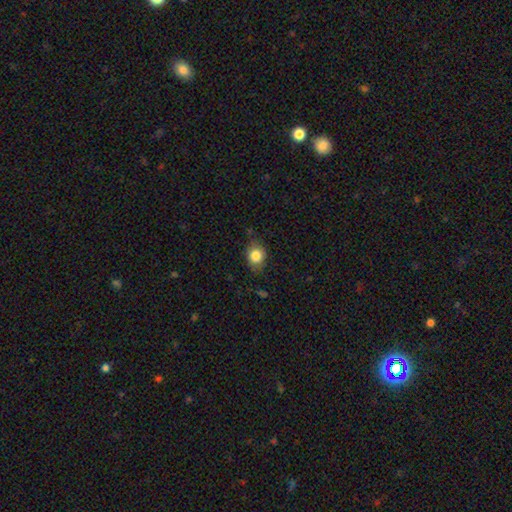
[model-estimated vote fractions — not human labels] Overall: smooth (83%). How rounded: round (60%; in between 39%). Merging: none (74%).